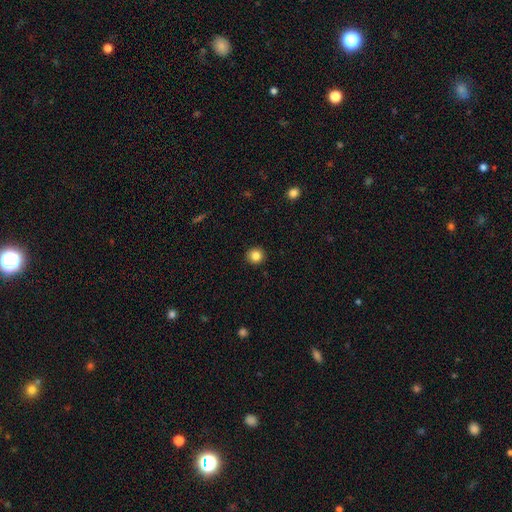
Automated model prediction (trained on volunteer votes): smooth 84%, star or artifact 11%, featured or disk 5%. Down the decision tree: how rounded — round (92%); merging — none (92%).